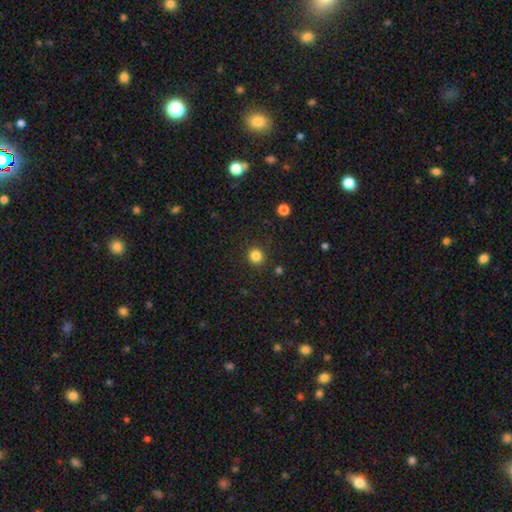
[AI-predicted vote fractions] Smooth or featured? Predicted: smooth (p=0.83). How rounded? Predicted: round (p=0.90). Merging? Predicted: none (p=0.90).